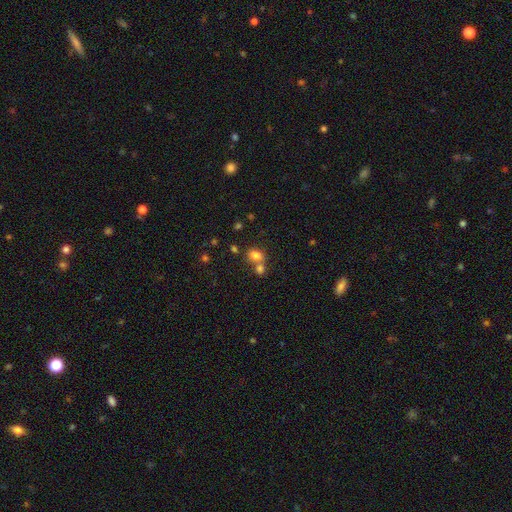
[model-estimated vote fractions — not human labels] The model was most divided on "merging": merger: 47%, none: 40%, minor disturbance: 9%, major disturbance: 4%. More confident: smooth or featured — smooth (77%); how rounded — in between (55%).